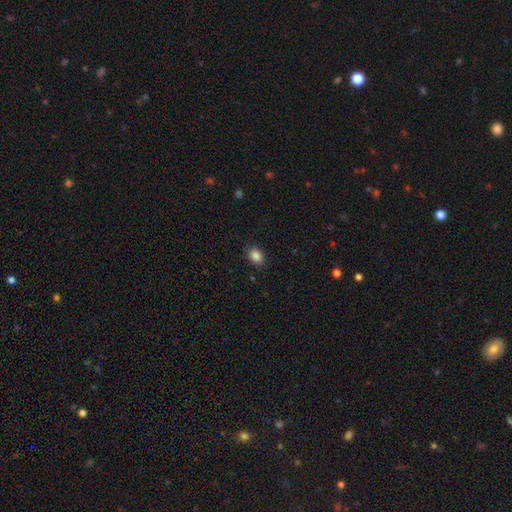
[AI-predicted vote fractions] Smooth or featured: smooth — 87% (star or artifact — 10%)
How rounded: in between — 67% (round — 32%)
Merging: none — 87% (minor disturbance — 10%)